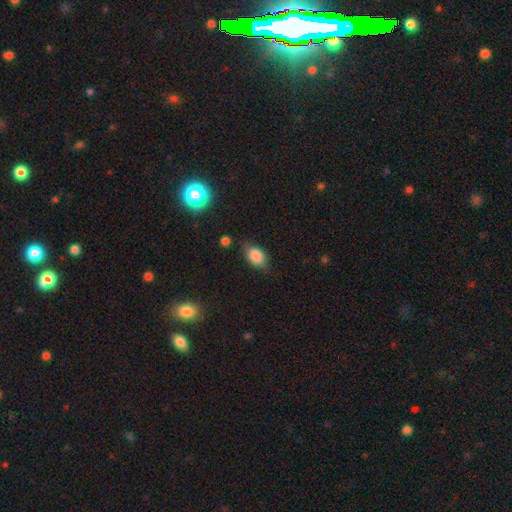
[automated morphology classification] Q: Smooth or featured?
A: smooth (83%); runner-up: star or artifact (9%)
Q: How rounded?
A: in between (86%); runner-up: round (12%)
Q: Merging?
A: none (71%); runner-up: minor disturbance (21%)